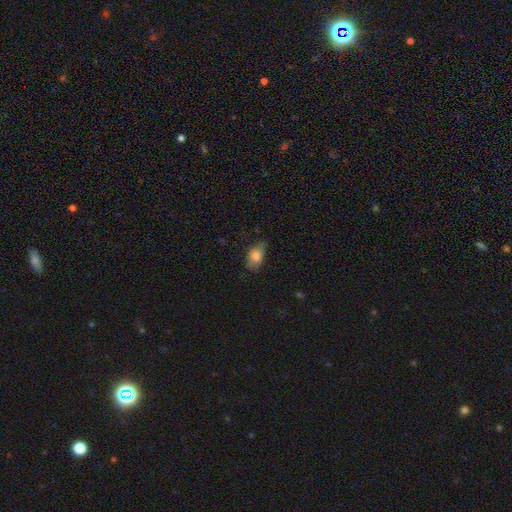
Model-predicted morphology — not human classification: Smooth or featured: smooth — 80% (featured or disk — 11%)
How rounded: in between — 83% (round — 15%)
Merging: none — 63% (minor disturbance — 28%)